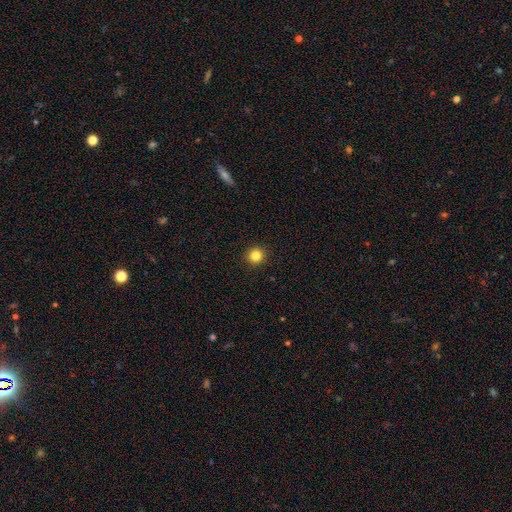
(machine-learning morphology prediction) smooth_or_featured: smooth (p=0.83) [alt: star or artifact p=0.12]
how_rounded: round (p=0.93) [alt: in between p=0.06]
merging: none (p=0.93) [alt: minor disturbance p=0.05]